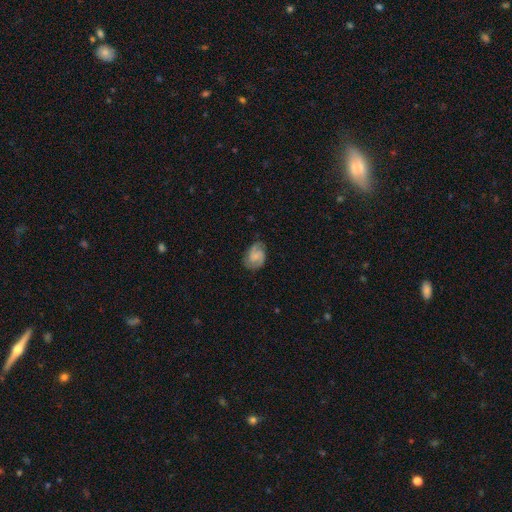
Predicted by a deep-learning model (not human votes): Smooth or featured: featured or disk — 64% (smooth — 28%)
Edge-on disk: no — 98% (yes — 2%)
Bar: no — 51% (weak — 41%)
Spiral arms: yes — 94% (no — 6%)
Spiral winding: medium — 48% (tight — 35%)
Spiral arm count: 2 — 79% (can't tell — 9%)
Bulge size: none — 40% (small — 37%)
Merging: none — 72% (minor disturbance — 20%)